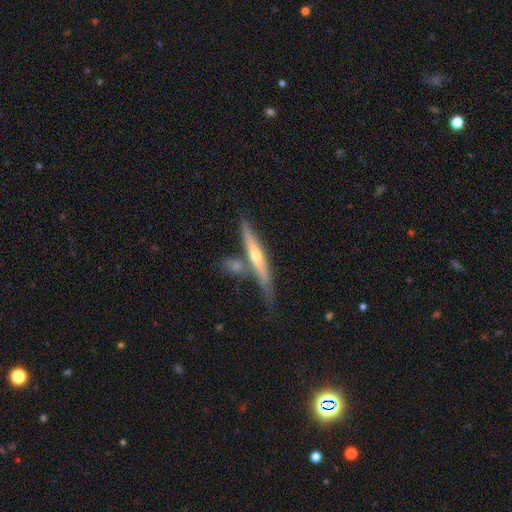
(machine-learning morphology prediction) Q: Smooth or featured?
A: featured or disk (61%); runner-up: smooth (33%)
Q: Edge-on disk?
A: yes (92%); runner-up: no (8%)
Q: Edge-on bulge?
A: rounded (73%); runner-up: none (22%)
Q: Merging?
A: none (61%); runner-up: merger (19%)